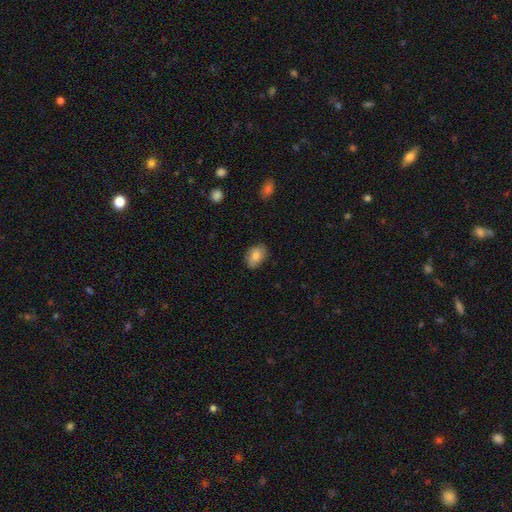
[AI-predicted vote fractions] A smooth galaxy with no disk features (79%) that is in between round and cigar-shaped (82%).

Vote fractions:
- Smooth or featured? smooth: 79% / featured or disk: 14% / star or artifact: 8%
- How rounded? in between: 82% / round: 17% / cigar-shaped: 1%
- Merging? none: 80% / minor disturbance: 16% / major disturbance: 3% / merger: 1%